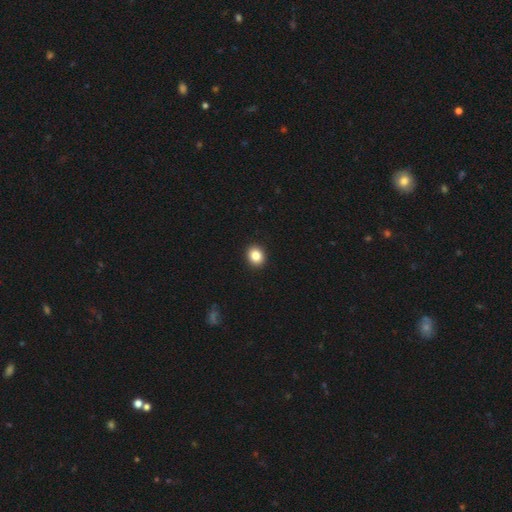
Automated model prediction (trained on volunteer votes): smooth 86%, star or artifact 10%, featured or disk 5%. Down the decision tree: how rounded — round (66%); merging — none (92%).